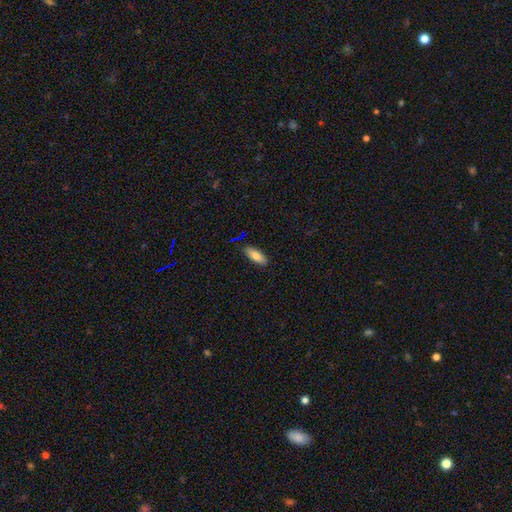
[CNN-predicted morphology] A smooth galaxy with no disk features (81%) that is in between round and cigar-shaped (73%). Merging: none (85%).